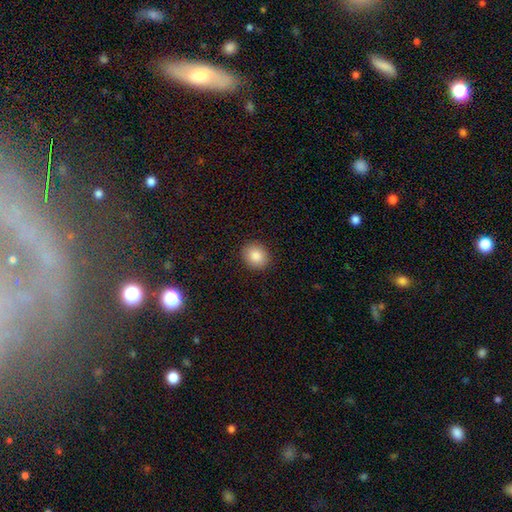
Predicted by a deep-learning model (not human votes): A smooth galaxy with no disk features (87%) that is round (68%).

Vote fractions:
- Smooth or featured? smooth: 87% / star or artifact: 8% / featured or disk: 5%
- How rounded? round: 68% / in between: 31% / cigar-shaped: 1%
- Merging? none: 90% / minor disturbance: 7% / major disturbance: 2% / merger: 1%